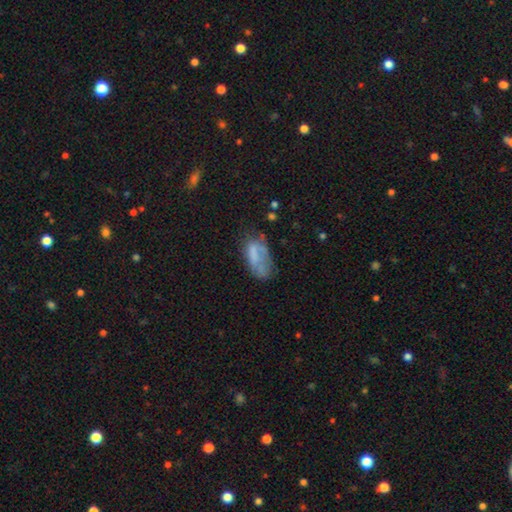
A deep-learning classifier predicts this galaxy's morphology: Smooth or featured? smooth (60%)
How rounded? in between (88%)
Merging? none (35%)